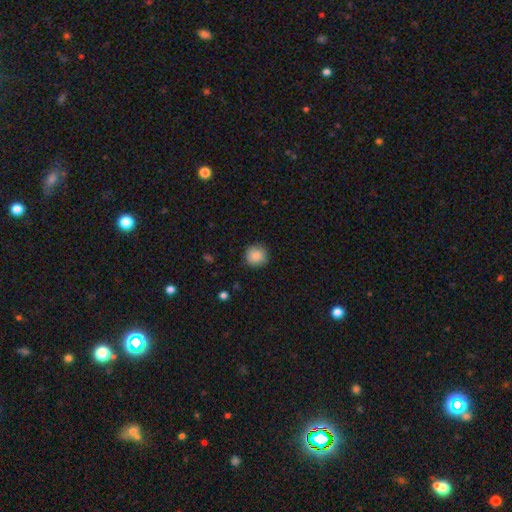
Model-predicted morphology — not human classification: Smooth or featured: smooth — 85% (star or artifact — 9%)
How rounded: round — 93% (in between — 6%)
Merging: none — 88% (minor disturbance — 9%)